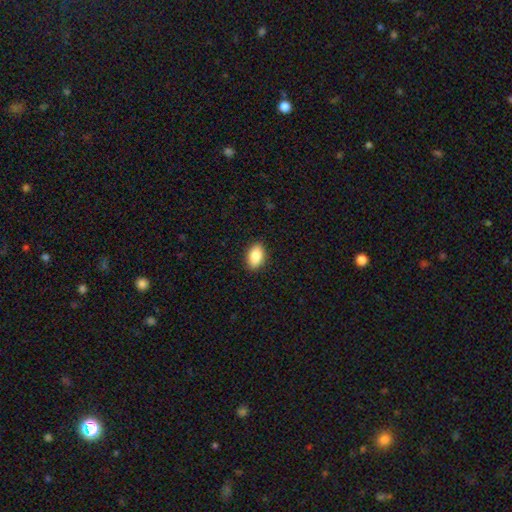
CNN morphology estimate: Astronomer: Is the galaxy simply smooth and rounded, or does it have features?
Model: smooth — 87%.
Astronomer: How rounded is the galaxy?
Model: in between — 91%.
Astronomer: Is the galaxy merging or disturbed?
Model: none — 89%.